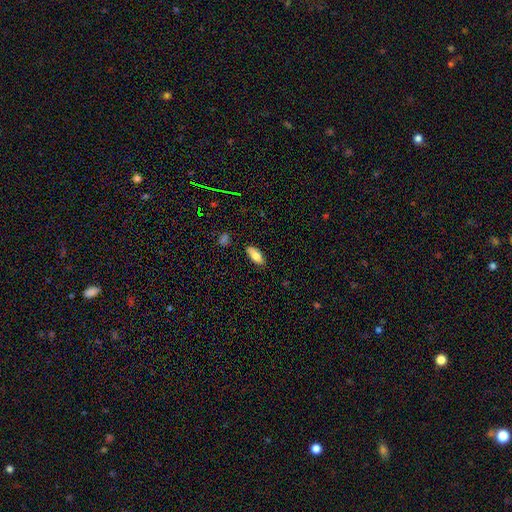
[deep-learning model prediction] Smooth or featured: smooth — 78% (featured or disk — 15%)
How rounded: in between — 83% (cigar-shaped — 15%)
Merging: none — 83% (minor disturbance — 13%)